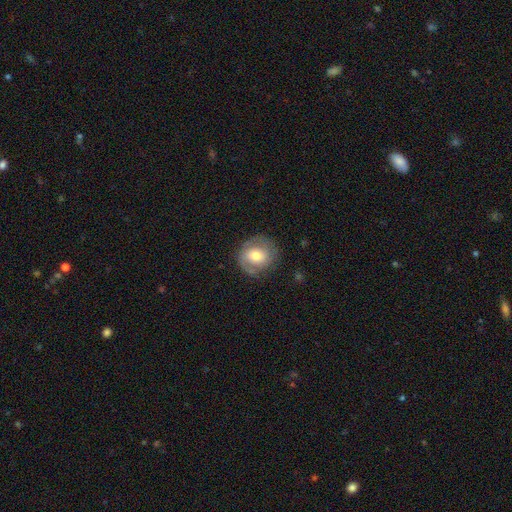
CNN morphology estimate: Smooth or featured? Predicted: featured or disk (p=0.50). Merging? Predicted: none (p=0.75).